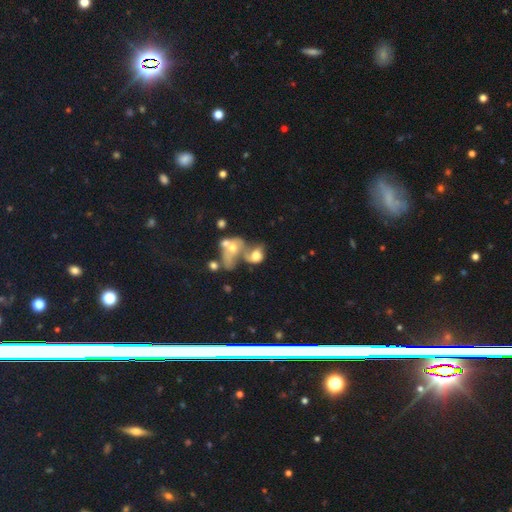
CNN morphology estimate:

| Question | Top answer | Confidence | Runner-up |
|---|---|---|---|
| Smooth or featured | smooth | 48% | featured or disk (40%) |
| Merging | merger | 71% | major disturbance (15%) |